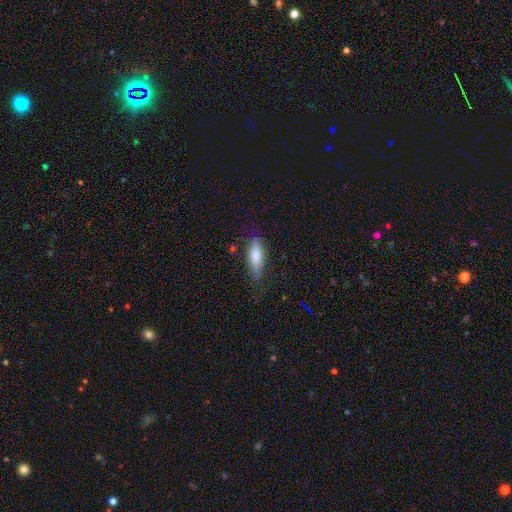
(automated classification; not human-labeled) smooth 76%, featured or disk 18%, star or artifact 6%. Down the decision tree: how rounded — in between (51%); merging — none (79%).